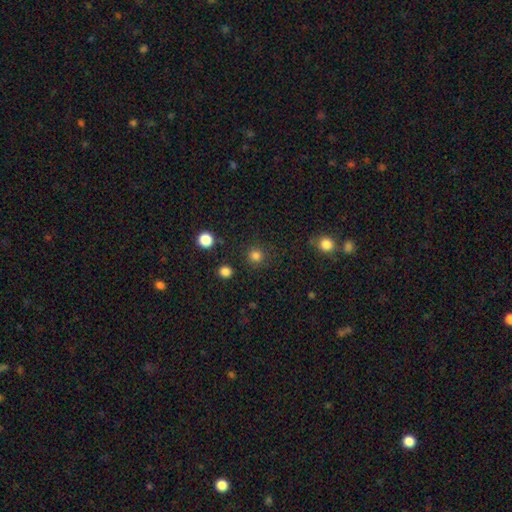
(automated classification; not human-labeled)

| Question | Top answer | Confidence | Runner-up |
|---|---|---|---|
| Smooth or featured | smooth | 82% | star or artifact (15%) |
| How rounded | round | 94% | in between (5%) |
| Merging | none | 90% | minor disturbance (6%) |